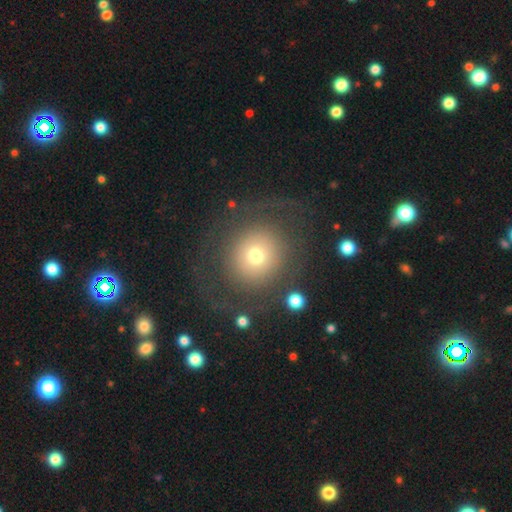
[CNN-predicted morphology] Smooth or featured? smooth (56%)
How rounded? round (90%)
Merging? none (71%)